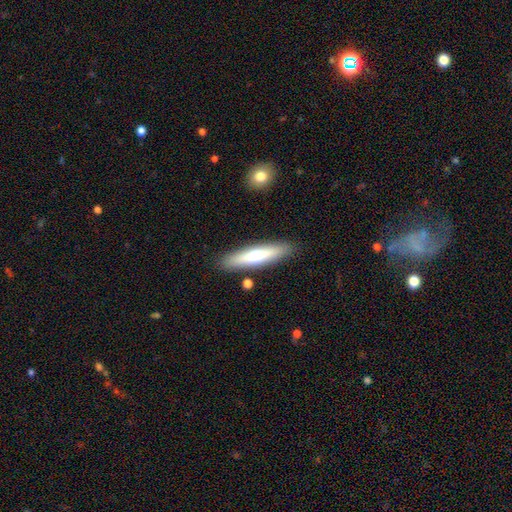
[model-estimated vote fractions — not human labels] Smooth or featured? smooth (53%)
How rounded? cigar-shaped (81%)
Merging? none (88%)